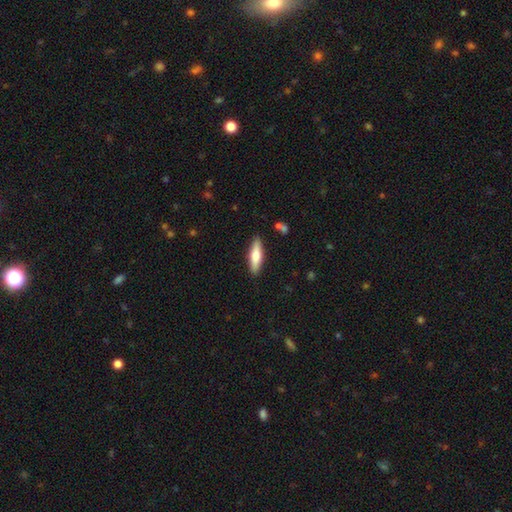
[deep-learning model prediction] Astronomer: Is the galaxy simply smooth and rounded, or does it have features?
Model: smooth — 65%.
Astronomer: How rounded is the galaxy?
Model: cigar-shaped — 61% (runner-up: in between, 38%).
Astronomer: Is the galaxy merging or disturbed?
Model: none — 88%.